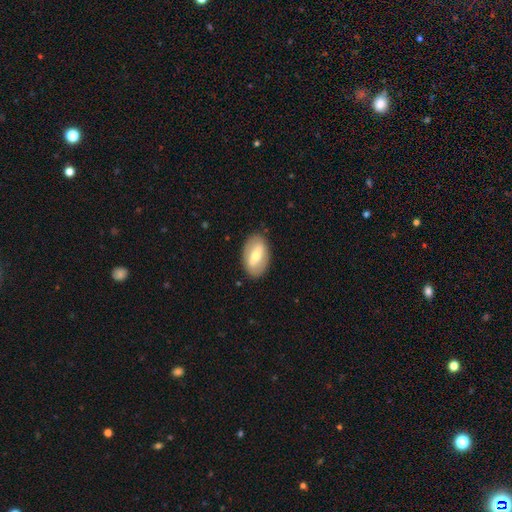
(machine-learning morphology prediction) The model was most divided on "smooth or featured": smooth: 50%, featured or disk: 44%, star or artifact: 6%. More confident: how rounded — in between (90%); merging — none (86%).